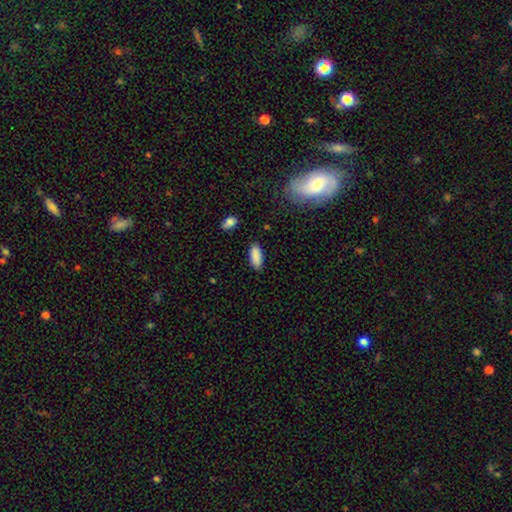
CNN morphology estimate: Smooth or featured? smooth (89%)
How rounded? in between (81%)
Merging? none (86%)